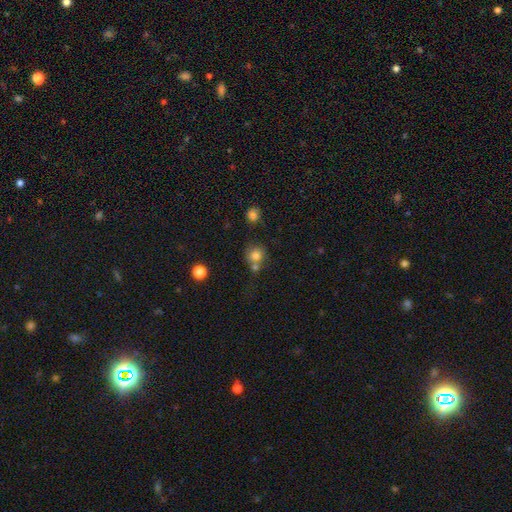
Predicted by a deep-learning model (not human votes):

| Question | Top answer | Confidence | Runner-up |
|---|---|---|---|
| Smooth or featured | smooth | 79% | star or artifact (13%) |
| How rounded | round | 88% | in between (11%) |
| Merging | none | 56% | merger (28%) |